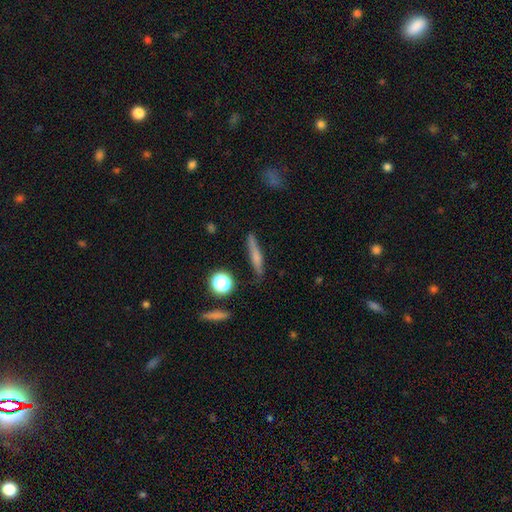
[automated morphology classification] Smooth or featured? smooth (58%)
How rounded? cigar-shaped (86%)
Merging? none (82%)